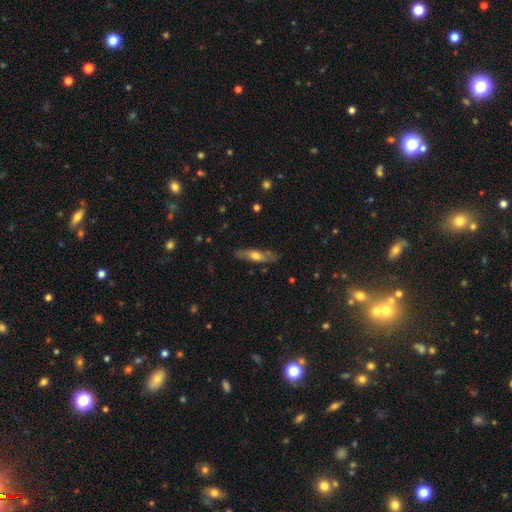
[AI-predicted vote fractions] smooth 49%, featured or disk 45%, star or artifact 6%. Down the decision tree: merging — none (79%).